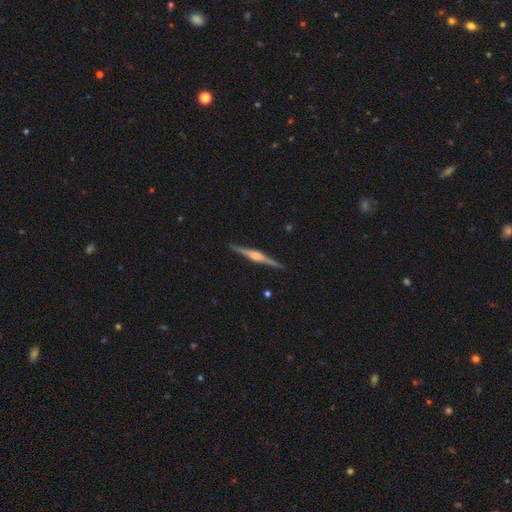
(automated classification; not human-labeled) A featured or disk galaxy (83%) viewed edge-on (98%) with a rounded central bulge (75%). Merging: none (92%).